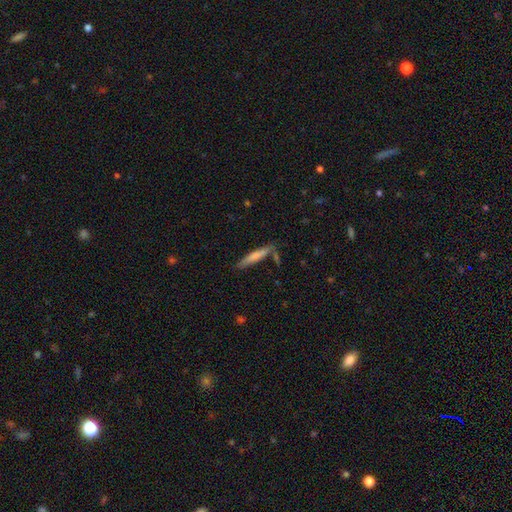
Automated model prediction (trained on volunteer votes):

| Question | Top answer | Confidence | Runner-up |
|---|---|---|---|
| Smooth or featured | smooth | 68% | featured or disk (26%) |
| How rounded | cigar-shaped | 91% | in between (8%) |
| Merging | none | 74% | minor disturbance (14%) |